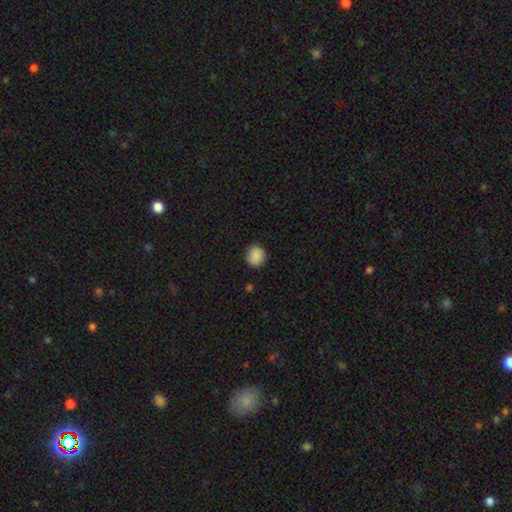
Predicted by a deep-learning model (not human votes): Overall: smooth (87%). How rounded: round (84%). Merging: none (85%).